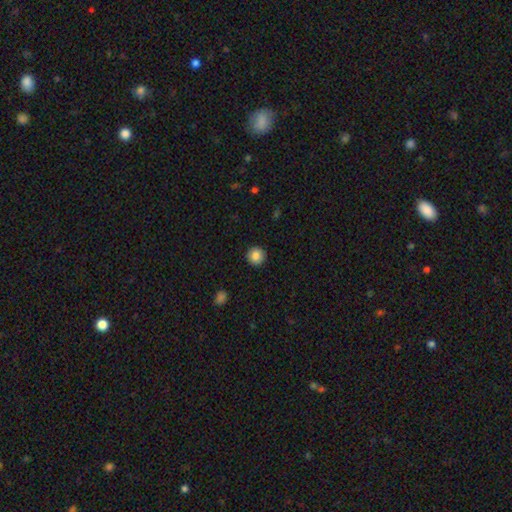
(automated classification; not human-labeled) A smooth galaxy with no disk features (86%) that is round (95%). Merging: none (93%).